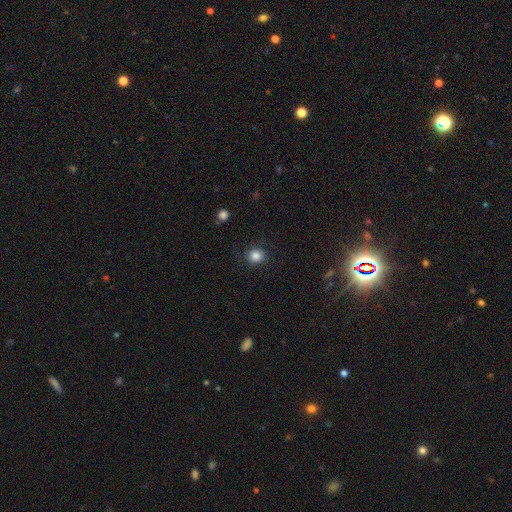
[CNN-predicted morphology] Overall: smooth (85%). How rounded: round (87%). Merging: none (85%).